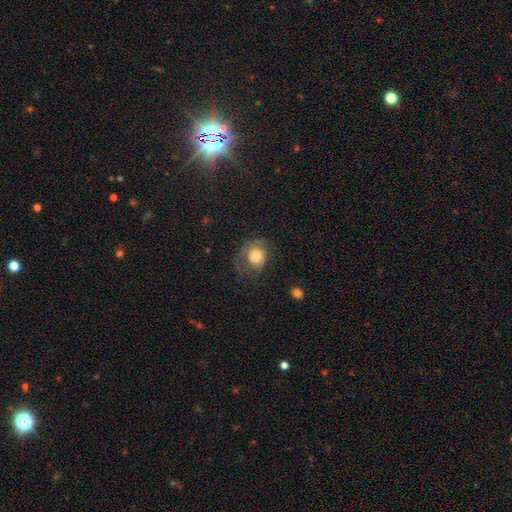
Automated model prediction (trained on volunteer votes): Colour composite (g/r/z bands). It shows a smooth galaxy with no disk features (65%) that is round (73%). Merging: none (46%).